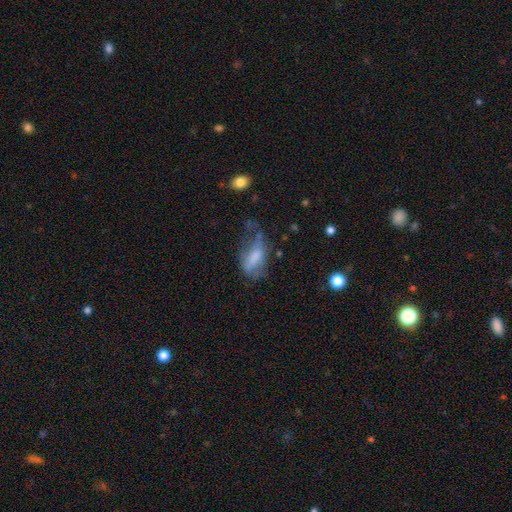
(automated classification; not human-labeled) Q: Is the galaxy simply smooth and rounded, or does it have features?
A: smooth — 52%.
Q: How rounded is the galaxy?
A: in between — 79%.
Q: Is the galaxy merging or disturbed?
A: major disturbance — 38%.